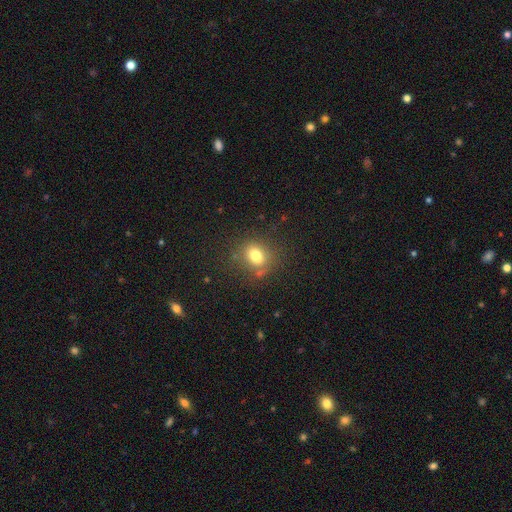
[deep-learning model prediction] Q: Smooth or featured?
A: smooth (77%); runner-up: star or artifact (14%)
Q: How rounded?
A: round (53%); runner-up: in between (45%)
Q: Merging?
A: none (75%); runner-up: minor disturbance (14%)